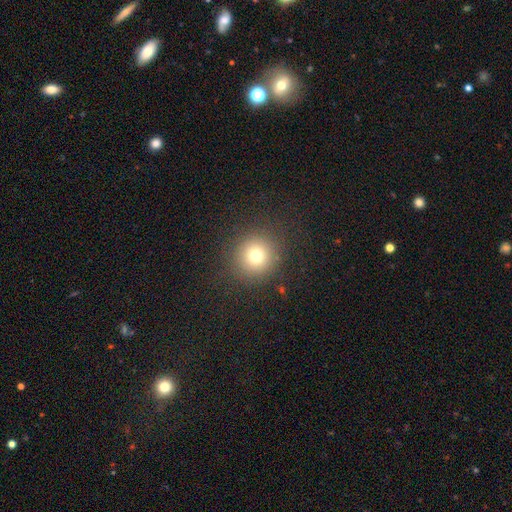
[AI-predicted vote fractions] smooth 74%, star or artifact 16%, featured or disk 10%. Down the decision tree: how rounded — round (93%); merging — none (88%).